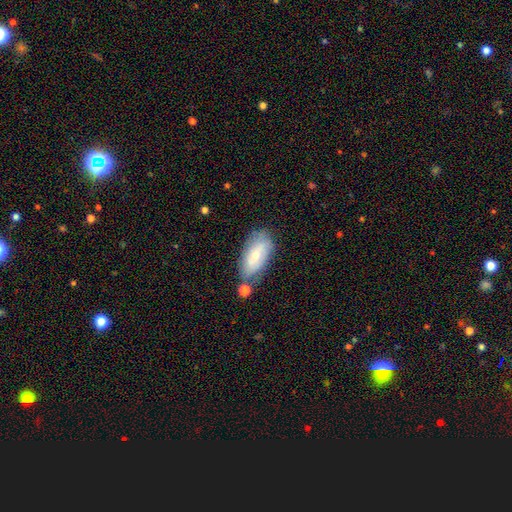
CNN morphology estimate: The model was most divided on "smooth or featured": smooth: 59%, featured or disk: 33%, star or artifact: 7%. More confident: how rounded — in between (90%); merging — none (58%).